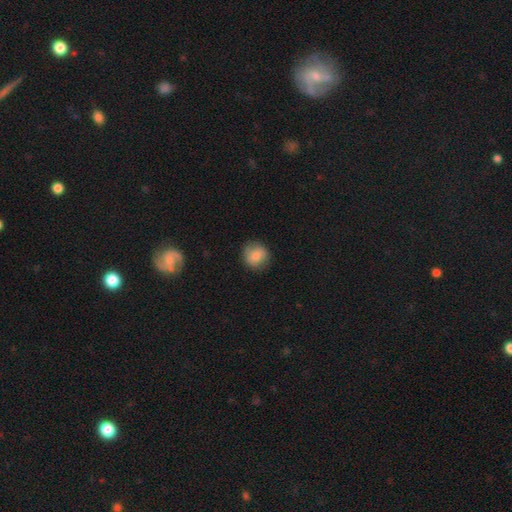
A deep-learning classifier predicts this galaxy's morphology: Q: Smooth or featured?
A: smooth (80%); runner-up: featured or disk (12%)
Q: How rounded?
A: round (87%); runner-up: in between (12%)
Q: Merging?
A: none (84%); runner-up: minor disturbance (12%)